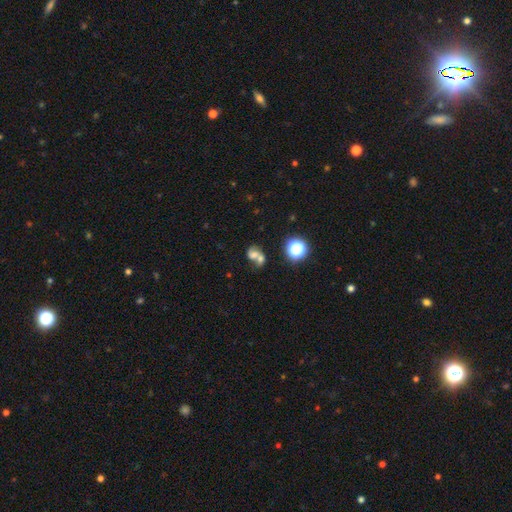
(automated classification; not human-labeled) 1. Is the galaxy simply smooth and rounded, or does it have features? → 52% smooth, 30% featured or disk, 18% star or artifact.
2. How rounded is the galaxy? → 51% round, 47% in between, 2% cigar-shaped.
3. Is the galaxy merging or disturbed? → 64% merger, 21% none, 8% major disturbance, 7% minor disturbance.